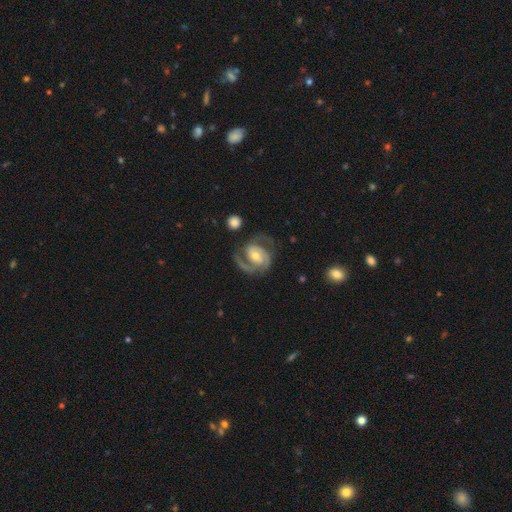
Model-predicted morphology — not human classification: Smooth or featured? Predicted: featured or disk (p=0.90). Edge-on disk? Predicted: no (p=0.98). Bar? Predicted: no (p=0.45). Spiral arms? Predicted: yes (p=0.98). Spiral winding? Predicted: medium (p=0.51). Spiral arm count? Predicted: 2 (p=0.74). Bulge size? Predicted: moderate (p=0.59). Merging? Predicted: none (p=0.69).